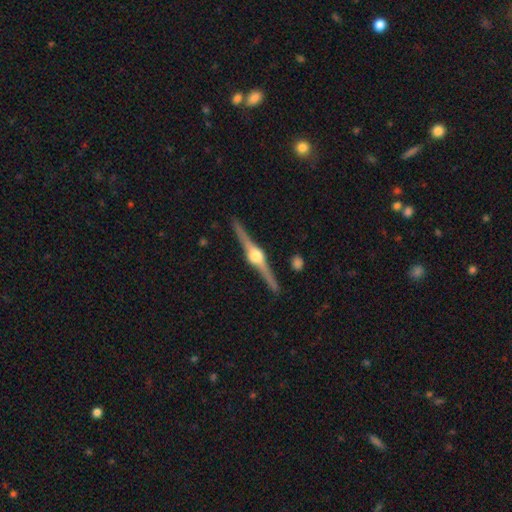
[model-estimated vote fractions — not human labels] Smooth or featured? Predicted: featured or disk (p=0.89). Edge-on disk? Predicted: yes (p=0.99). Edge-on bulge? Predicted: rounded (p=0.95). Merging? Predicted: none (p=0.91).